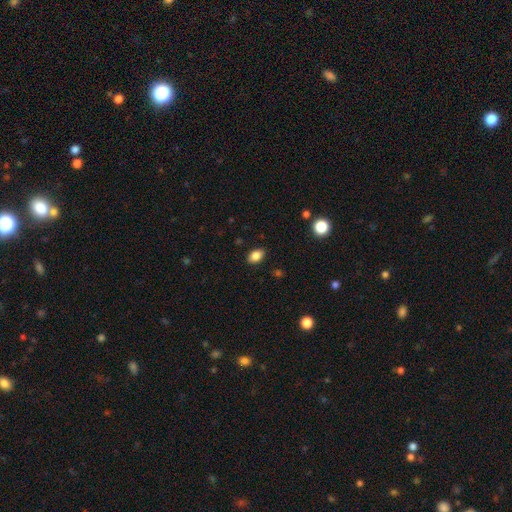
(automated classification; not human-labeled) Smooth or featured: smooth — 86% (star or artifact — 9%)
How rounded: in between — 84% (round — 15%)
Merging: none — 88% (minor disturbance — 9%)